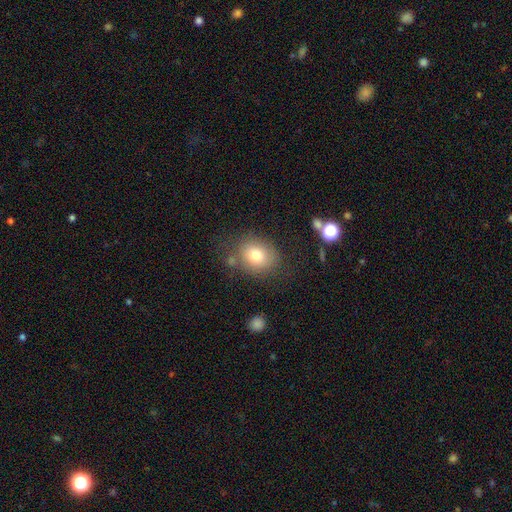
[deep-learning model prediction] The model was most divided on "how rounded": round: 59%, in between: 40%, cigar-shaped: 1%. More confident: smooth or featured — smooth (76%); merging — none (71%).